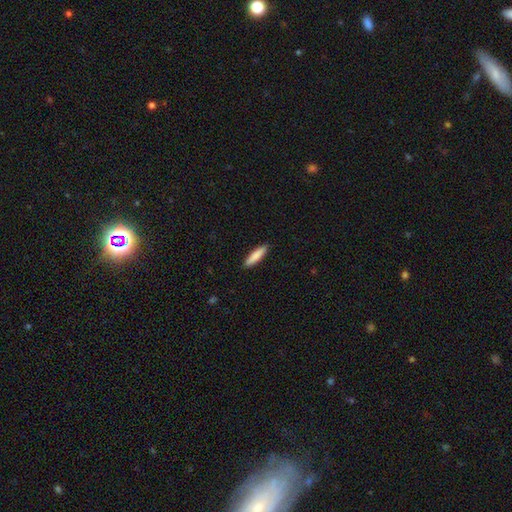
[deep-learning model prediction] Smooth or featured: smooth — 84% (featured or disk — 11%)
How rounded: cigar-shaped — 77% (in between — 21%)
Merging: none — 91% (minor disturbance — 7%)